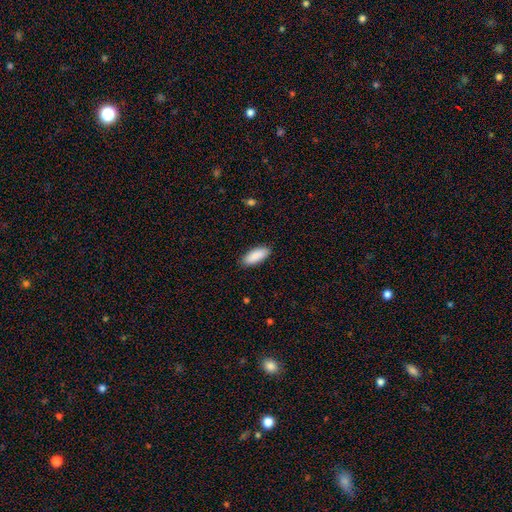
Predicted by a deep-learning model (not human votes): smooth 90%, star or artifact 6%, featured or disk 4%. Down the decision tree: how rounded — in between (83%); merging — none (89%).